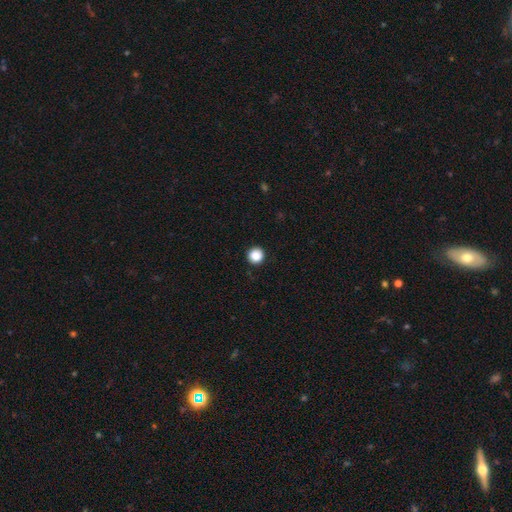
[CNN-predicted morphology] Smooth or featured? smooth (88%)
How rounded? round (95%)
Merging? none (93%)